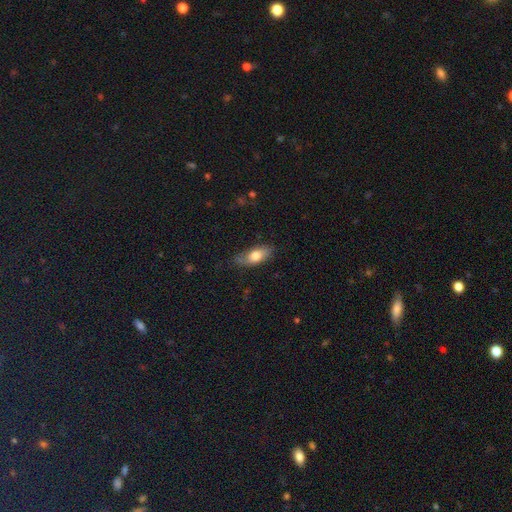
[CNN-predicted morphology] Smooth or featured: smooth — 73% (featured or disk — 20%)
How rounded: in between — 80% (cigar-shaped — 16%)
Merging: none — 71% (minor disturbance — 22%)